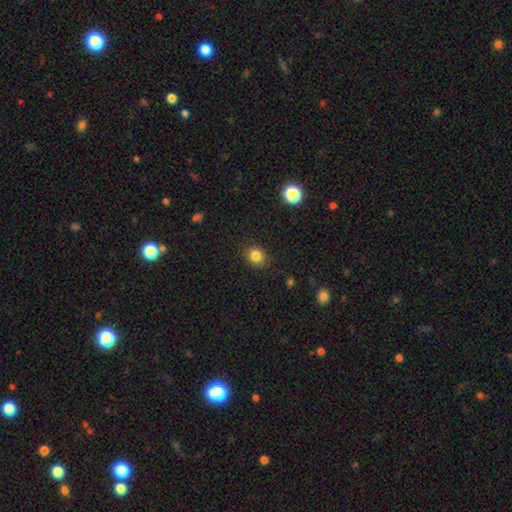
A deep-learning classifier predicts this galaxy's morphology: type=smooth (83%); roundness=round (69%); merging=none (88%).